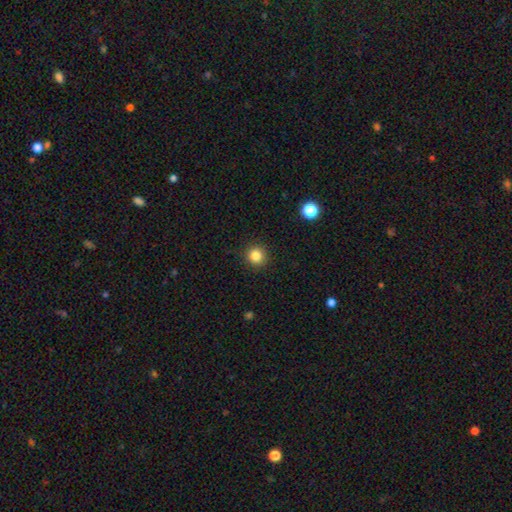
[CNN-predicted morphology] This appears to be a smooth galaxy with no disk features (84%) that is round (94%). Merging: none (92%).